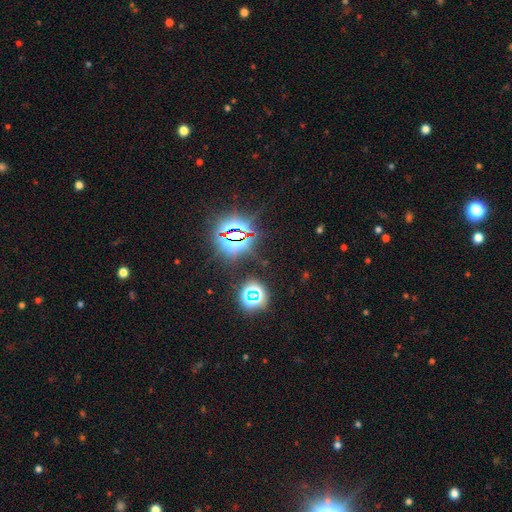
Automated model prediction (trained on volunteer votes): smooth-or-featured: star or artifact: 81% | smooth: 12% | featured or disk: 7%